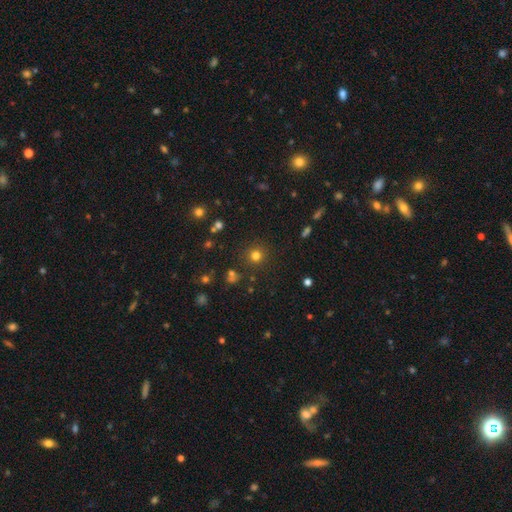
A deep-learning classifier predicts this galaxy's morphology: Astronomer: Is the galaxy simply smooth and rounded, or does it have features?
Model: smooth — 76%.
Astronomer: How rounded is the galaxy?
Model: round — 94%.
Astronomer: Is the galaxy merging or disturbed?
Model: none — 88%.